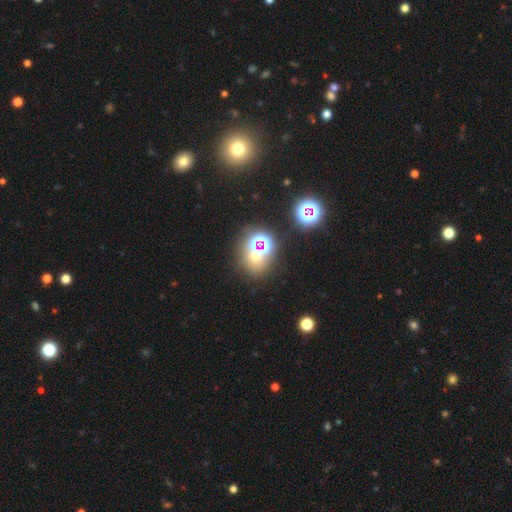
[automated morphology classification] type=star or artifact (48%).